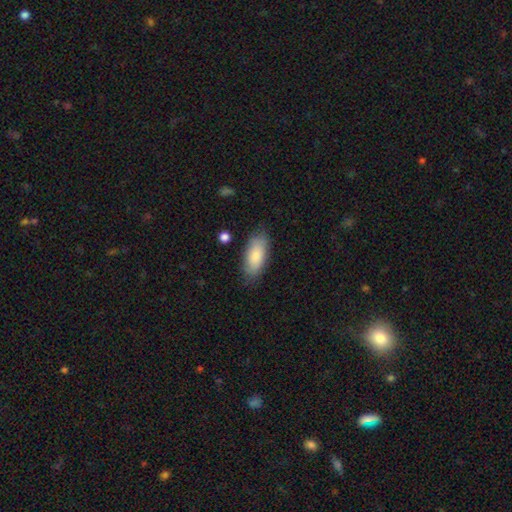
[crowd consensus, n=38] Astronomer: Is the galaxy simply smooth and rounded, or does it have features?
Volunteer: smooth — 97%.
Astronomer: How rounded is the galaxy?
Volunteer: in between — 76%.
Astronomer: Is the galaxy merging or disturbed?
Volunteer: none — 86%.